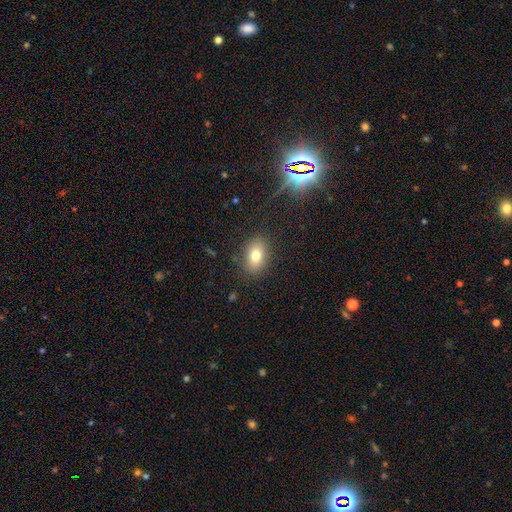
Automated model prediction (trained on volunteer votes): The model was most divided on "how rounded": in between: 79%, round: 19%, cigar-shaped: 2%. More confident: merging — none (85%); smooth or featured — smooth (76%).